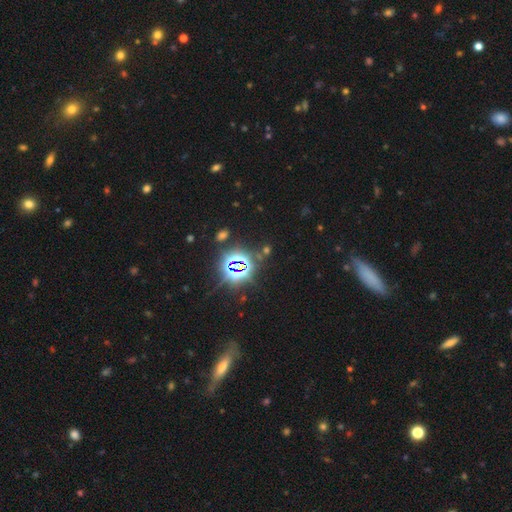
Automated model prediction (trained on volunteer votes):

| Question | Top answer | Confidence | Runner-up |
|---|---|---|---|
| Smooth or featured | star or artifact | 75% | smooth (16%) |